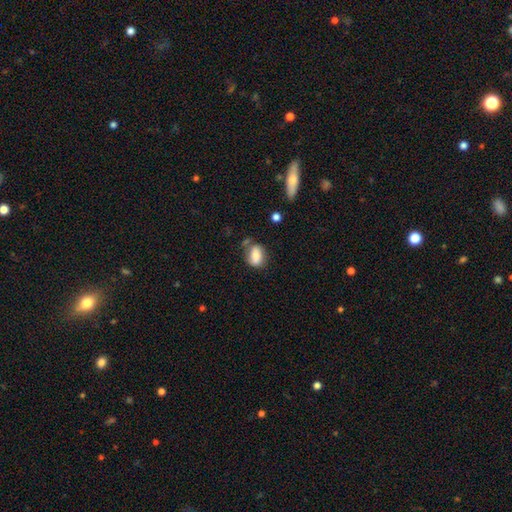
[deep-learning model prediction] smooth_or_featured: smooth (p=0.76) [alt: featured or disk p=0.15]
how_rounded: in between (p=0.78) [alt: round p=0.20]
merging: none (p=0.56) [alt: minor disturbance p=0.24]